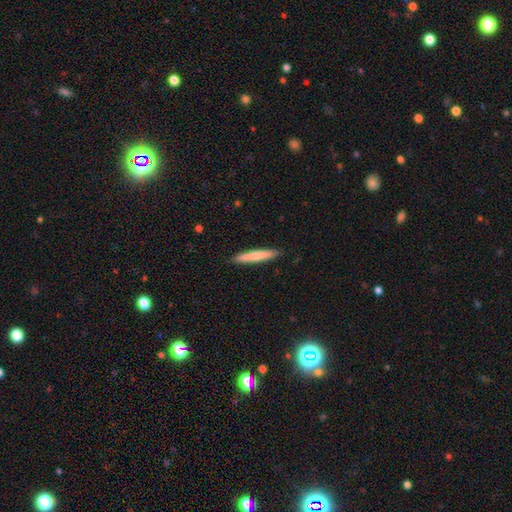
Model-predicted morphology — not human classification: smooth_or_featured: smooth (p=0.74) [alt: featured or disk p=0.21]
how_rounded: cigar-shaped (p=0.94) [alt: in between p=0.05]
merging: none (p=0.90) [alt: minor disturbance p=0.07]